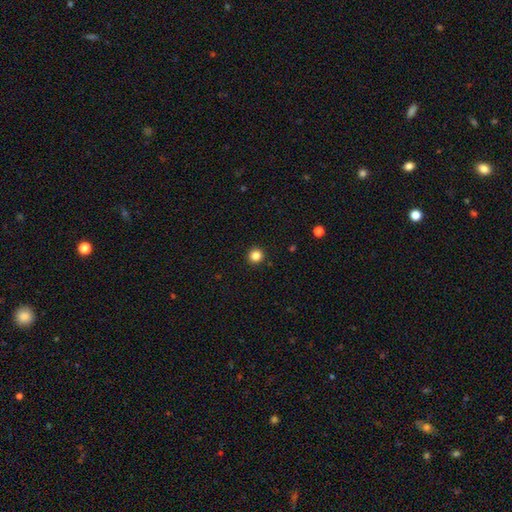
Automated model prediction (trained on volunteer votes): Smooth or featured: smooth — 85% (star or artifact — 12%)
How rounded: round — 94% (in between — 5%)
Merging: none — 93% (minor disturbance — 4%)